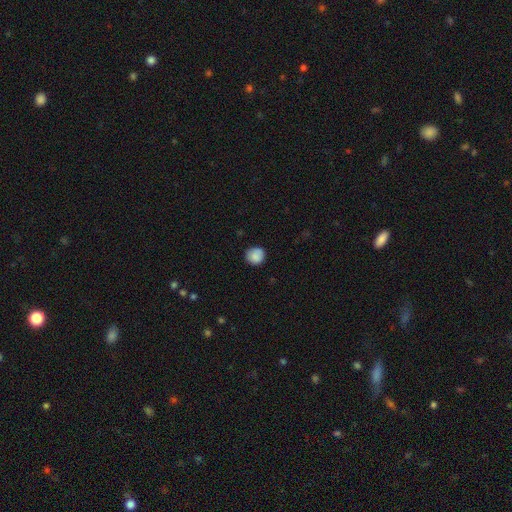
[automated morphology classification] Smooth or featured? Predicted: smooth (p=0.87). How rounded? Predicted: round (p=0.90). Merging? Predicted: none (p=0.83).